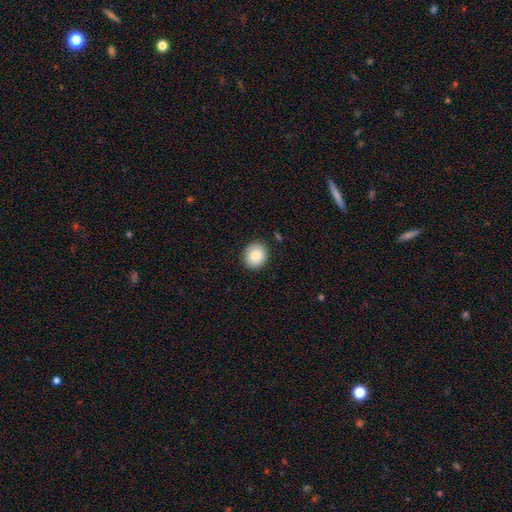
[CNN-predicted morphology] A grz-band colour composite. It shows a smooth galaxy with no disk features (83%) that is round (78%). Merging: none (89%).